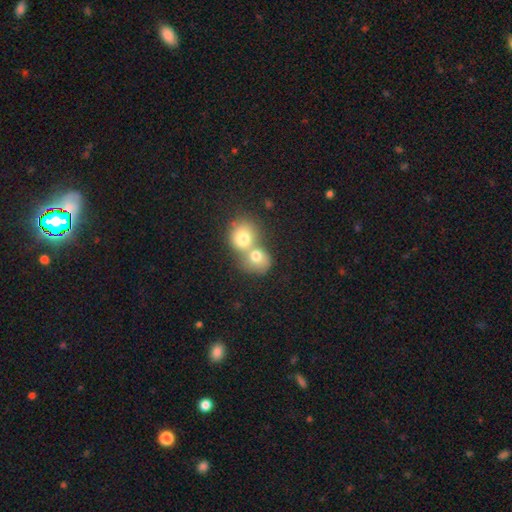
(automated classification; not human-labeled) This appears to be a smooth galaxy with no disk features (72%) that is round (71%). Merging: merger (71%).